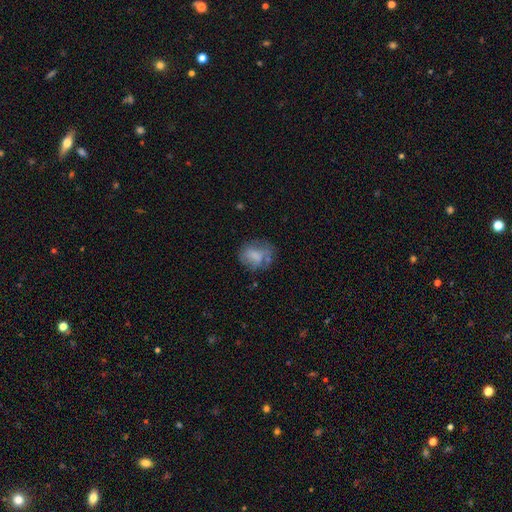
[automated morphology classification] A smooth galaxy with no disk features (62%) that is round (55%).

Vote fractions:
- Smooth or featured? smooth: 62% / featured or disk: 28% / star or artifact: 10%
- How rounded? round: 55% / in between: 43% / cigar-shaped: 1%
- Merging? none: 52% / minor disturbance: 26% / major disturbance: 17% / merger: 5%